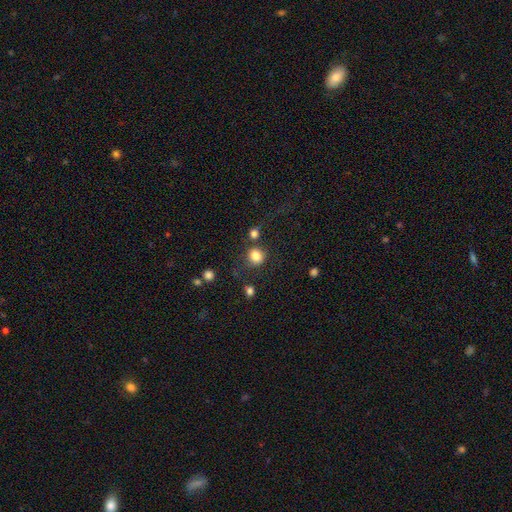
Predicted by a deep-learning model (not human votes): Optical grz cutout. It shows a smooth galaxy with no disk features (83%) that is round (85%). Merging: none (73%).